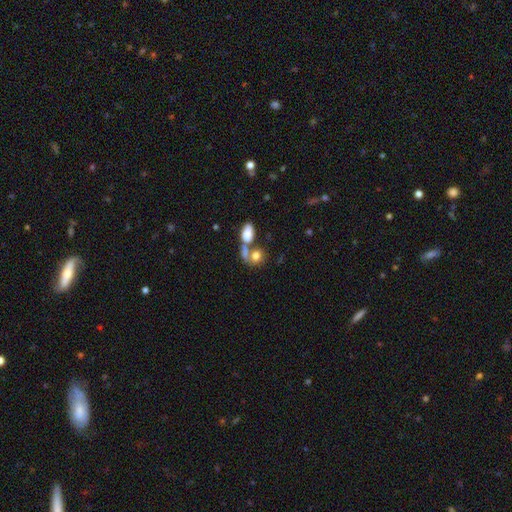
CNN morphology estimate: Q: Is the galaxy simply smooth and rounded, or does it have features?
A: smooth — 75%.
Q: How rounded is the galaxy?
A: round — 49%.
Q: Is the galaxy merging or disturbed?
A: merger — 53%.